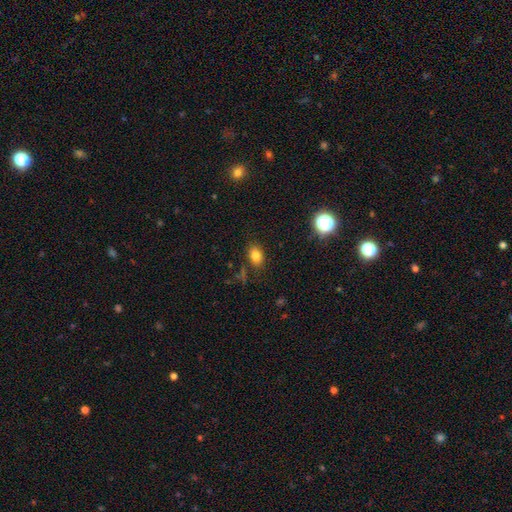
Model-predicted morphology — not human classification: smooth 80%, star or artifact 13%, featured or disk 8%. Down the decision tree: how rounded — in between (78%); merging — none (81%).